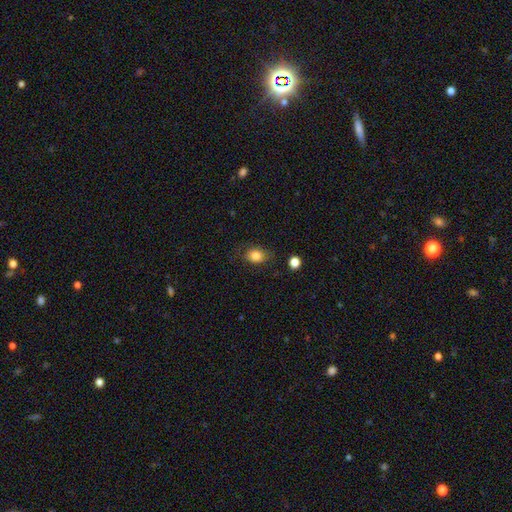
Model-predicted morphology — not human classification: Smooth or featured?
  - smooth: 83% *
  - star or artifact: 10%
  - featured or disk: 7%
How rounded?
  - in between: 56% *
  - round: 42%
  - cigar-shaped: 1%
Merging?
  - none: 77% *
  - minor disturbance: 17%
  - major disturbance: 5%
  - merger: 2%